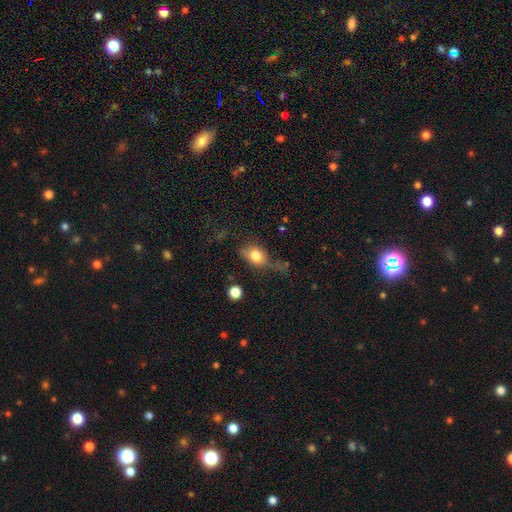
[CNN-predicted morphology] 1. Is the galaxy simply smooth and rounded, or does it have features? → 76% smooth, 15% featured or disk, 10% star or artifact.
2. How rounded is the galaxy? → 61% in between, 36% round, 3% cigar-shaped.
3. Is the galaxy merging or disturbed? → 43% none, 29% minor disturbance, 23% major disturbance, 6% merger.